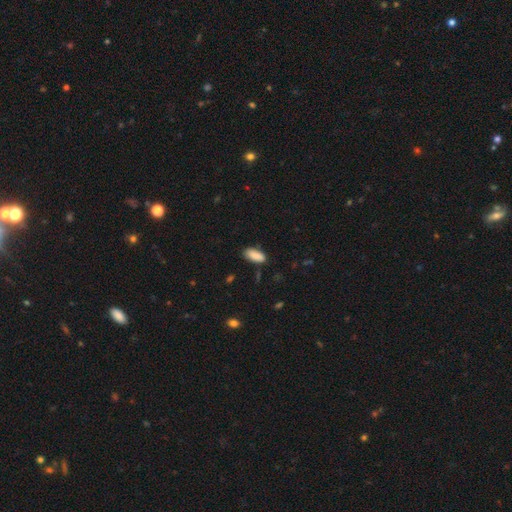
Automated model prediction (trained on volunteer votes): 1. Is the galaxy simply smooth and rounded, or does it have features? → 89% smooth, 7% star or artifact, 4% featured or disk.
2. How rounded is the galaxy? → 86% in between, 12% cigar-shaped, 2% round.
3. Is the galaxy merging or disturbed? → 80% none, 16% minor disturbance, 3% major disturbance, 2% merger.